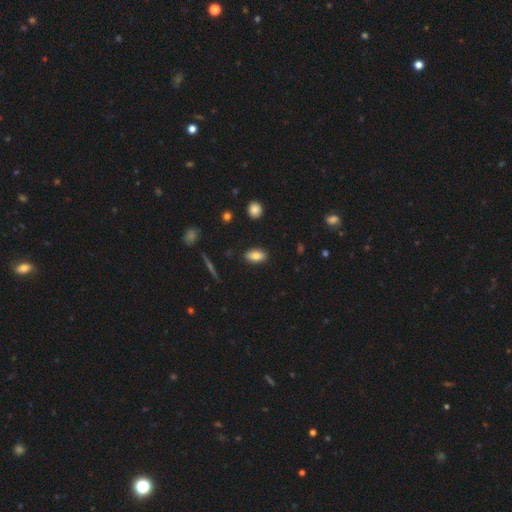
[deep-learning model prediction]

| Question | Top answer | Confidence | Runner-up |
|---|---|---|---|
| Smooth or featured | smooth | 82% | featured or disk (10%) |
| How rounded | in between | 89% | cigar-shaped (6%) |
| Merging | none | 87% | minor disturbance (9%) |